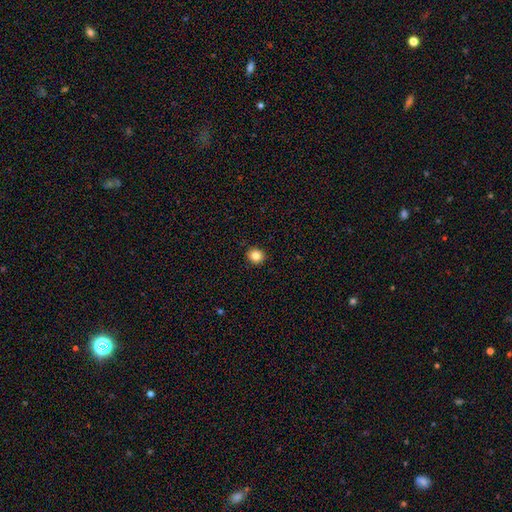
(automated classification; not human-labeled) Overall: smooth (84%). How rounded: round (82%). Merging: none (92%).